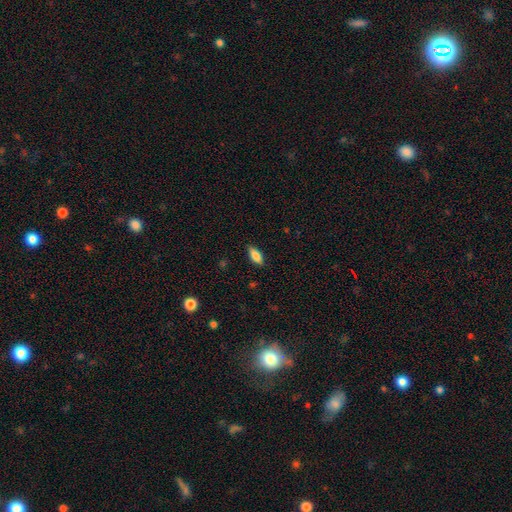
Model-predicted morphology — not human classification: Smooth or featured: smooth — 82% (featured or disk — 11%)
How rounded: in between — 80% (cigar-shaped — 17%)
Merging: none — 86% (minor disturbance — 11%)